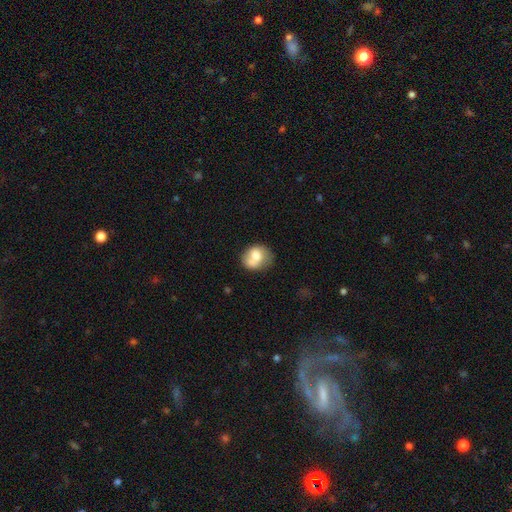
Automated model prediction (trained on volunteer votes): Overall: smooth (69%). How rounded: round (62%; in between 38%). Merging: none (46%; minor disturbance 24%).